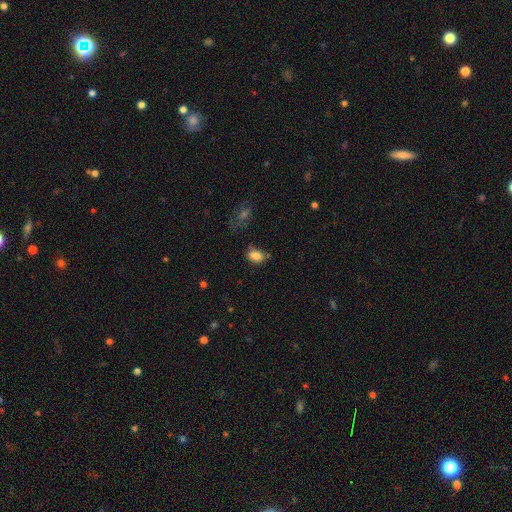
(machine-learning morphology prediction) Smooth or featured? smooth (83%)
How rounded? in between (82%)
Merging? none (66%)